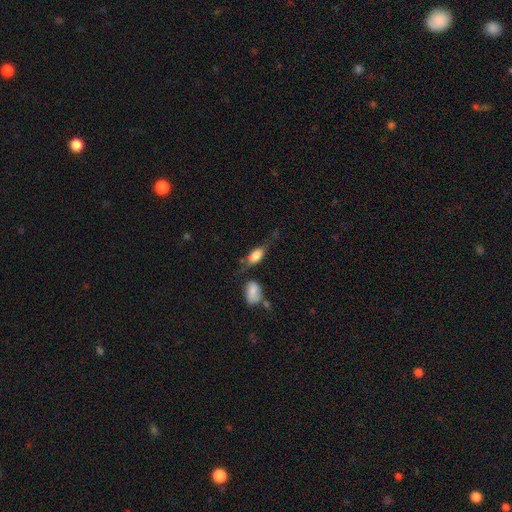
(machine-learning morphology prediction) Smooth or featured?
  - smooth: 67% *
  - featured or disk: 24%
  - star or artifact: 8%
How rounded?
  - in between: 79% *
  - cigar-shaped: 14%
  - round: 6%
Merging?
  - none: 42% *
  - minor disturbance: 26%
  - major disturbance: 19%
  - merger: 13%